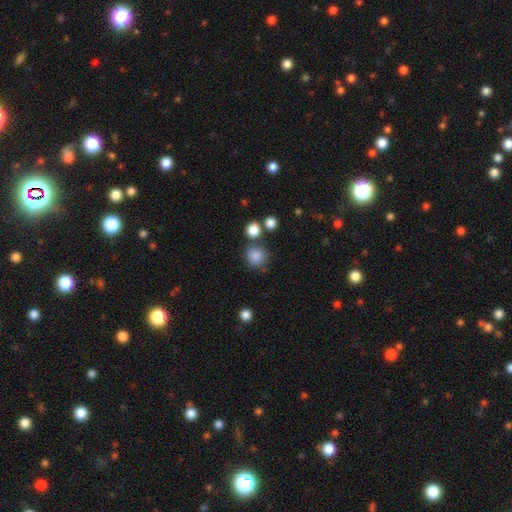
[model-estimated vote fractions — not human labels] A smooth galaxy with no disk features (85%) that is round (91%).

Vote fractions:
- Smooth or featured? smooth: 85% / star or artifact: 11% / featured or disk: 4%
- How rounded? round: 91% / in between: 8% / cigar-shaped: 1%
- Merging? none: 75% / minor disturbance: 11% / merger: 10% / major disturbance: 4%